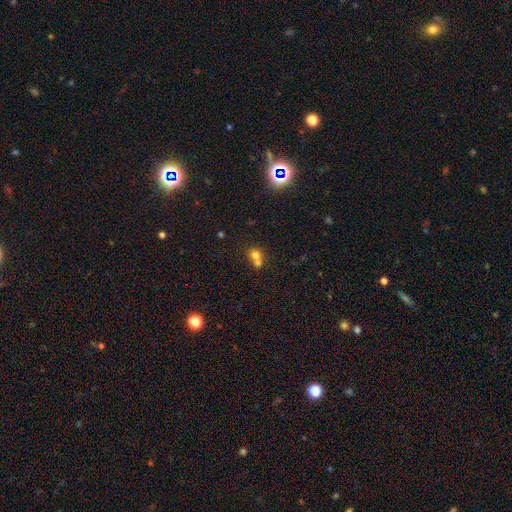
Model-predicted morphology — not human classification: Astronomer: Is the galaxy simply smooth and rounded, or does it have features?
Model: smooth — 71%.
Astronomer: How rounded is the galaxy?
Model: round — 80%.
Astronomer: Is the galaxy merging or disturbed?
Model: merger — 58% (runner-up: none, 34%).